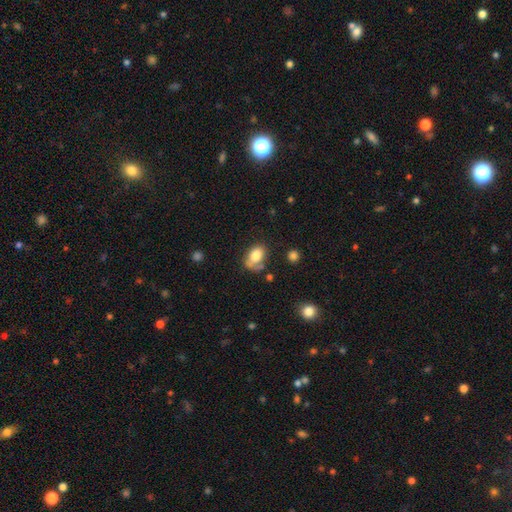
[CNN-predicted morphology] Smooth or featured?
  - smooth: 75% *
  - featured or disk: 16%
  - star or artifact: 9%
How rounded?
  - in between: 82% *
  - round: 16%
  - cigar-shaped: 1%
Merging?
  - none: 44% *
  - minor disturbance: 28%
  - major disturbance: 17%
  - merger: 11%